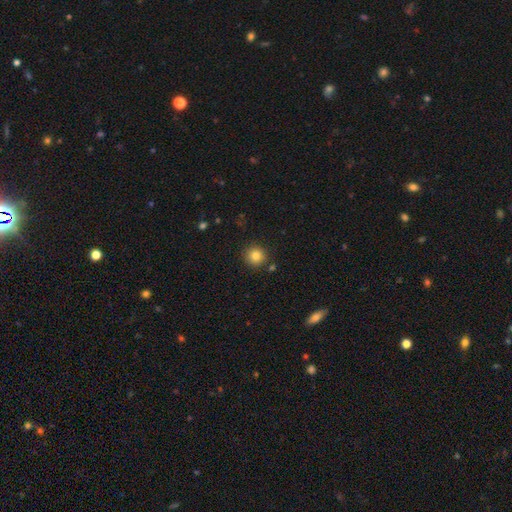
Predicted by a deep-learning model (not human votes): Q: Smooth or featured?
A: smooth (83%); runner-up: star or artifact (11%)
Q: How rounded?
A: round (94%); runner-up: in between (5%)
Q: Merging?
A: none (87%); runner-up: minor disturbance (7%)